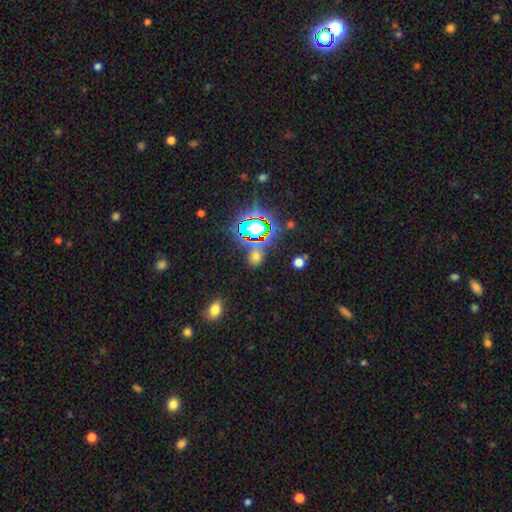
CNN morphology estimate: Smooth or featured: smooth — 48% (star or artifact — 44%)
Merging: none — 73% (minor disturbance — 12%)